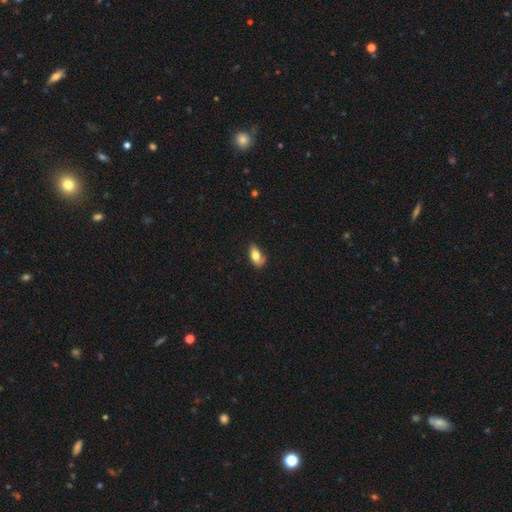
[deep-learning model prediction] Smooth or featured?
  - smooth: 75% *
  - featured or disk: 17%
  - star or artifact: 7%
How rounded?
  - in between: 89% *
  - cigar-shaped: 6%
  - round: 5%
Merging?
  - none: 57% *
  - minor disturbance: 31%
  - major disturbance: 8%
  - merger: 4%